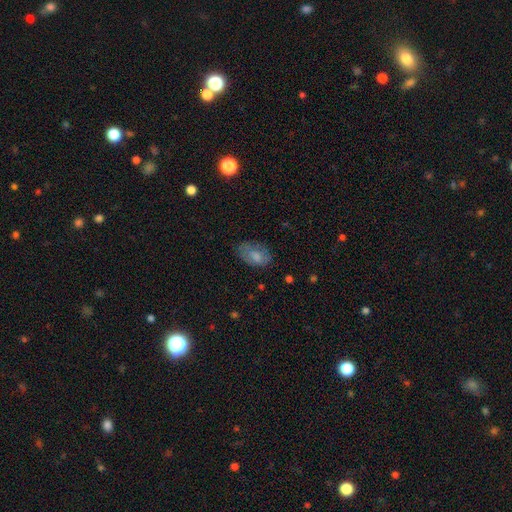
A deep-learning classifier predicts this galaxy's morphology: Overall: smooth (72%). How rounded: in between (89%). Merging: none (61%; minor disturbance 26%).